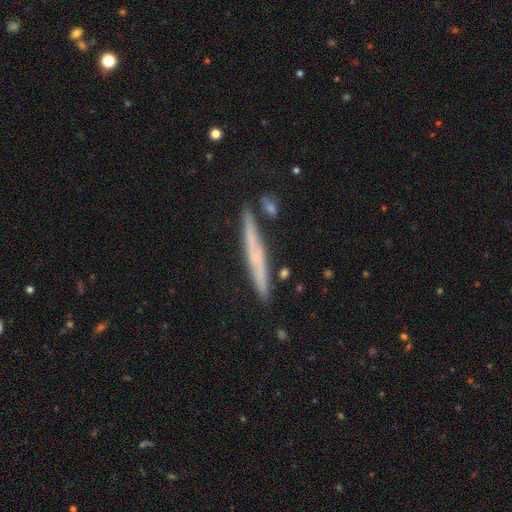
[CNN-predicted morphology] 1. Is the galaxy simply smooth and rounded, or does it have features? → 47% featured or disk, 46% smooth, 7% star or artifact.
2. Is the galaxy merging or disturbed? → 83% none, 11% minor disturbance, 4% merger, 2% major disturbance.